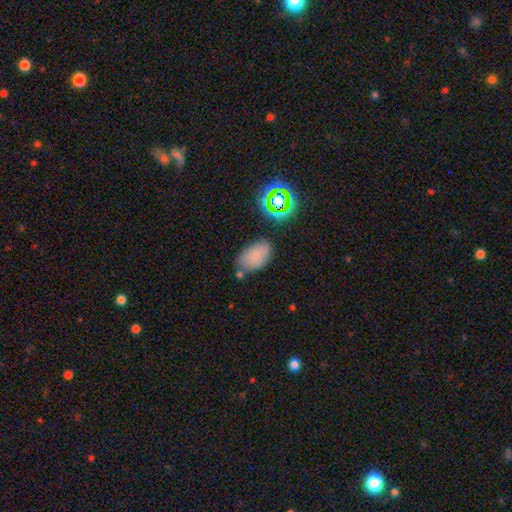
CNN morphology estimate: smooth_or_featured: smooth (p=0.73) [alt: star or artifact p=0.14]
how_rounded: in between (p=0.89) [alt: round p=0.09]
merging: none (p=0.70) [alt: minor disturbance p=0.18]